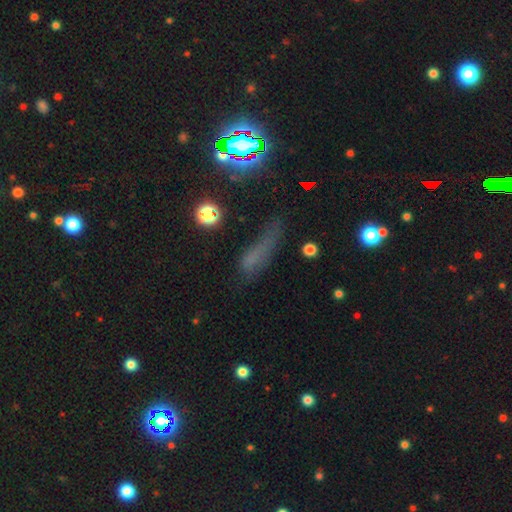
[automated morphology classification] A smooth galaxy with no disk features (51%) that is cigar-shaped (63%).

Vote fractions:
- Smooth or featured? smooth: 51% / star or artifact: 29% / featured or disk: 20%
- How rounded? cigar-shaped: 63% / in between: 30% / round: 8%
- Merging? none: 44% / minor disturbance: 29% / major disturbance: 23% / merger: 4%